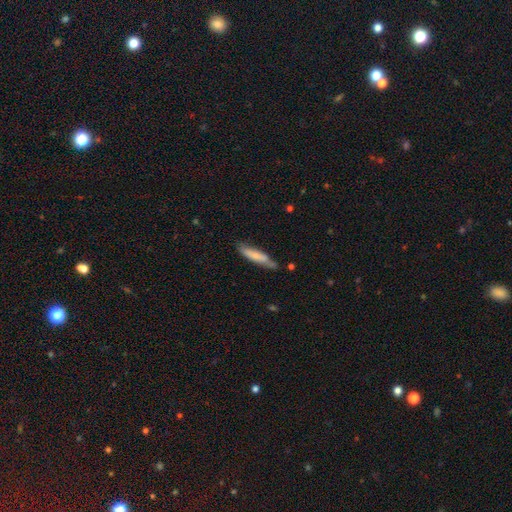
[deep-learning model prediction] Smooth or featured?
  - smooth: 69% *
  - featured or disk: 25%
  - star or artifact: 6%
How rounded?
  - cigar-shaped: 84% *
  - in between: 15%
  - round: 1%
Merging?
  - none: 64% *
  - minor disturbance: 26%
  - major disturbance: 5%
  - merger: 4%